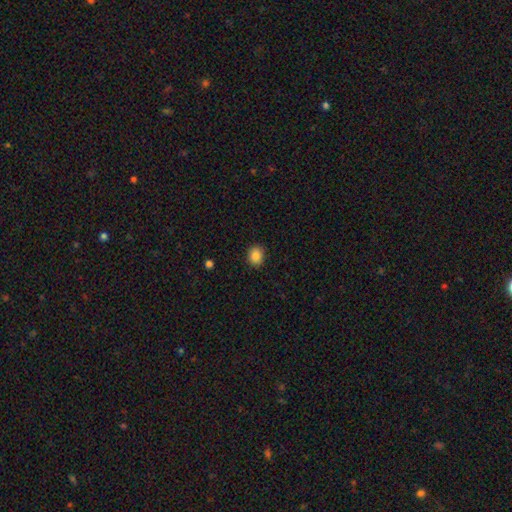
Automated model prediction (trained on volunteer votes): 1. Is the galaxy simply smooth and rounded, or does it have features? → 86% smooth, 9% star or artifact, 5% featured or disk.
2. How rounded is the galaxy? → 62% round, 37% in between, 1% cigar-shaped.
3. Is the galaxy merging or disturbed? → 90% none, 7% minor disturbance, 2% major disturbance, 1% merger.